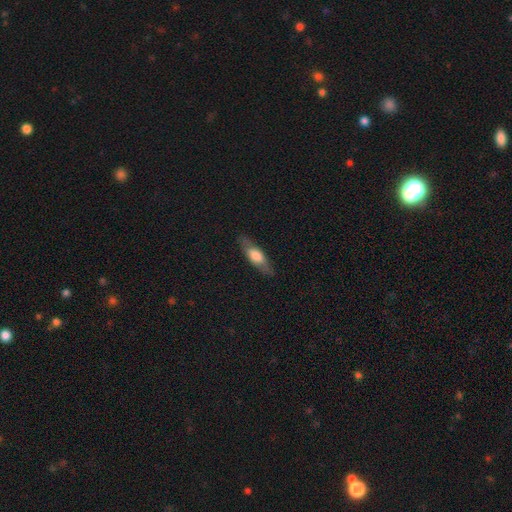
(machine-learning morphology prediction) Smooth or featured?
  - smooth: 60% *
  - featured or disk: 34%
  - star or artifact: 6%
How rounded?
  - in between: 51% *
  - cigar-shaped: 47%
  - round: 2%
Merging?
  - none: 84% *
  - minor disturbance: 12%
  - major disturbance: 3%
  - merger: 1%